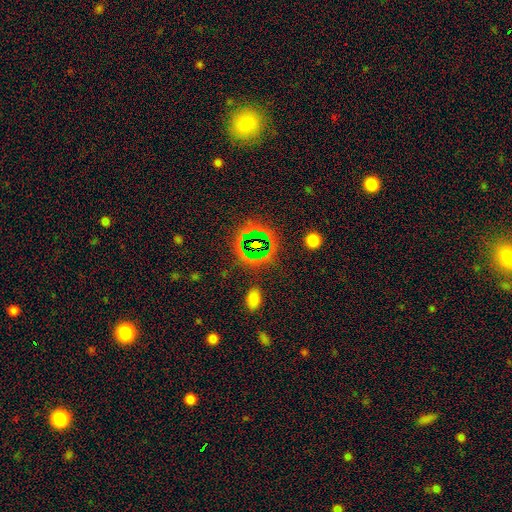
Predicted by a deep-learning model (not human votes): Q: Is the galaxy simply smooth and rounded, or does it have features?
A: star or artifact — 49%.